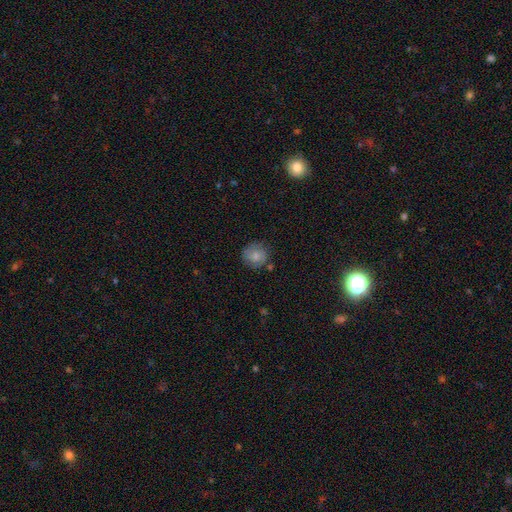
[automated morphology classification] Smooth or featured?
  - smooth: 66% *
  - featured or disk: 25%
  - star or artifact: 9%
How rounded?
  - round: 87% *
  - in between: 12%
  - cigar-shaped: 1%
Merging?
  - none: 76% *
  - minor disturbance: 16%
  - major disturbance: 4%
  - merger: 3%